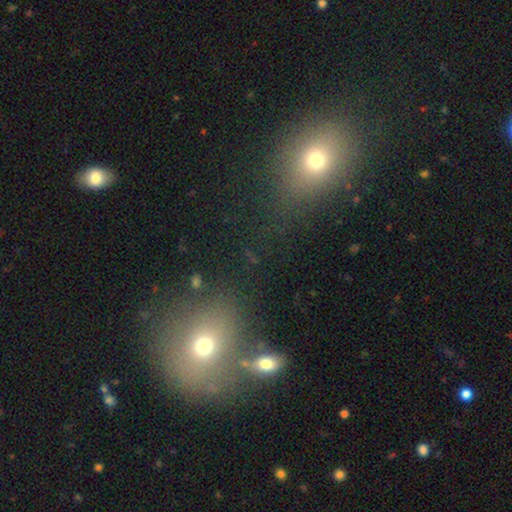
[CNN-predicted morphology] smooth_or_featured: smooth (p=0.54) [alt: star or artifact p=0.31]
how_rounded: round (p=0.61) [alt: in between p=0.37]
merging: none (p=0.61) [alt: merger p=0.16]